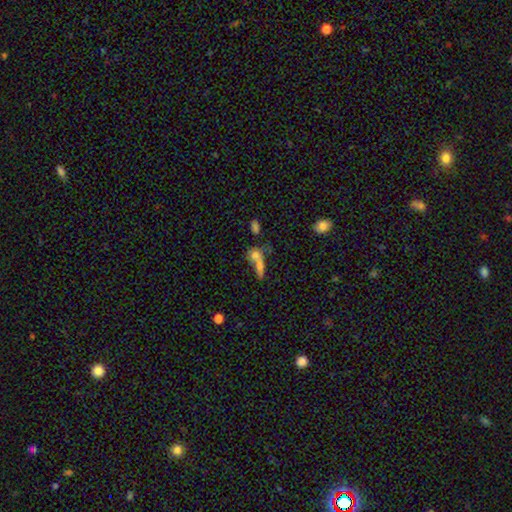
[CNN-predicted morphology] smooth_or_featured: smooth (p=0.69) [alt: featured or disk p=0.18]
how_rounded: in between (p=0.52) [alt: round p=0.29]
merging: merger (p=0.54) [alt: none p=0.29]